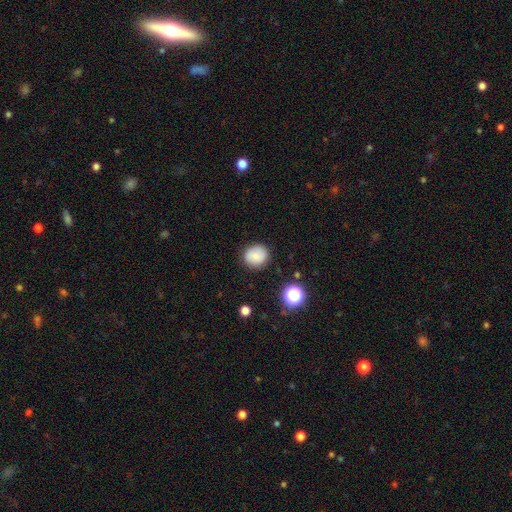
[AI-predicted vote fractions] A smooth galaxy with no disk features (80%) that is round (81%).

Vote fractions:
- Smooth or featured? smooth: 80% / star or artifact: 11% / featured or disk: 9%
- How rounded? round: 81% / in between: 18% / cigar-shaped: 1%
- Merging? none: 86% / minor disturbance: 10% / major disturbance: 3% / merger: 2%